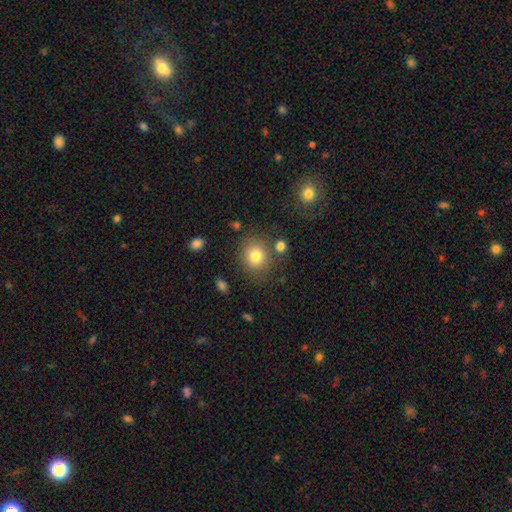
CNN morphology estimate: Smooth or featured: smooth — 79% (star or artifact — 11%)
How rounded: round — 78% (in between — 21%)
Merging: none — 77% (minor disturbance — 11%)